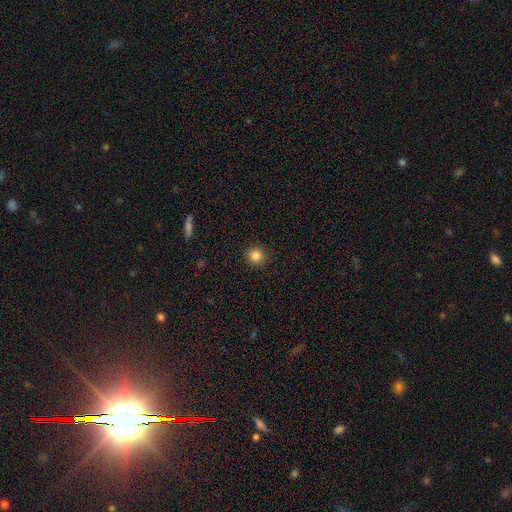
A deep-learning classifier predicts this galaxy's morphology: This is clearly a smooth galaxy (84%). How rounded: clearly round (94%). Merging: clearly none (92%).